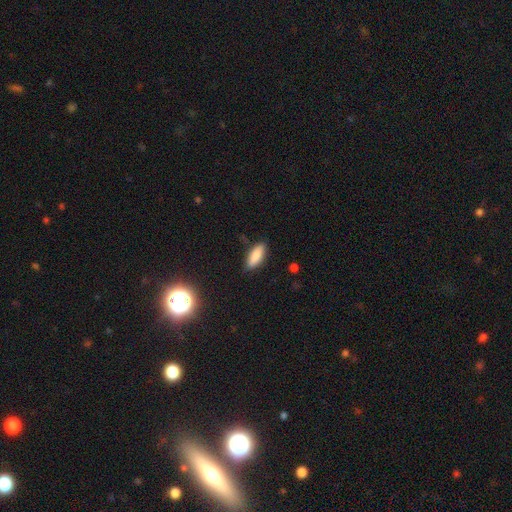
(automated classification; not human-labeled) Smooth or featured? smooth (84%)
How rounded? in between (72%)
Merging? none (84%)